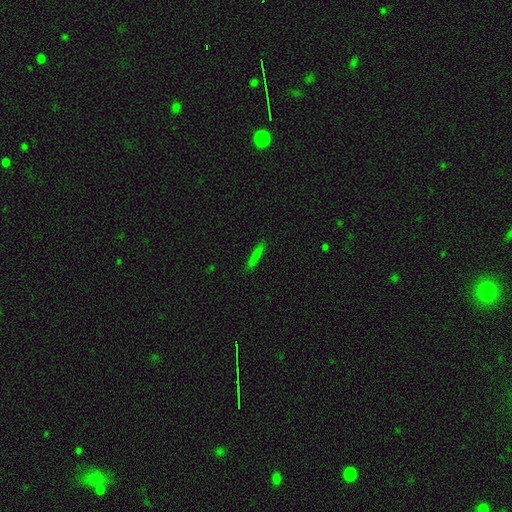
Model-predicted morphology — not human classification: A smooth galaxy with no disk features (77%) that is cigar-shaped (93%). Merging: none (89%).